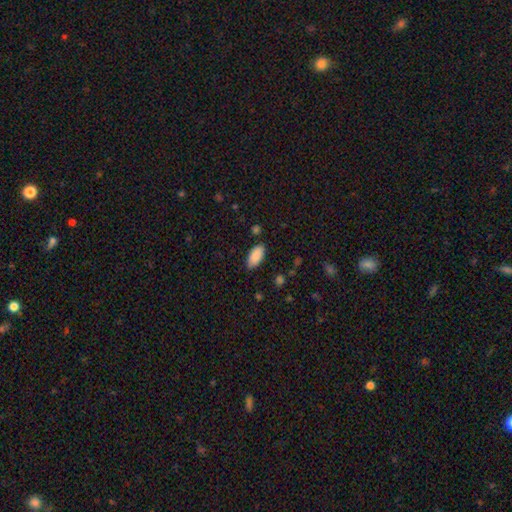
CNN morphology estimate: Smooth or featured: smooth — 88% (star or artifact — 6%)
How rounded: in between — 91% (cigar-shaped — 7%)
Merging: none — 82% (minor disturbance — 13%)